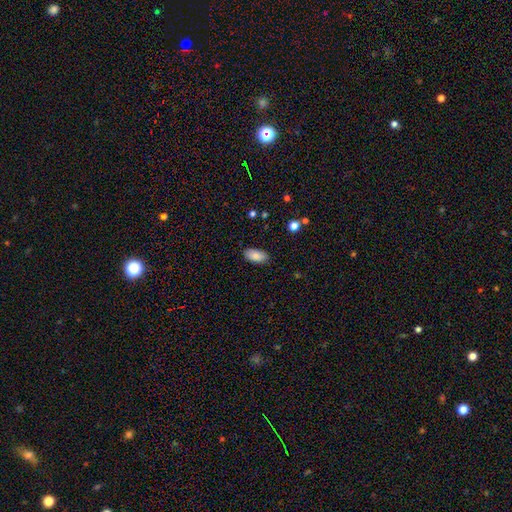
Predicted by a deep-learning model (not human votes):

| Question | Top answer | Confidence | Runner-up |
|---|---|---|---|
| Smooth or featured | smooth | 86% | featured or disk (7%) |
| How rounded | in between | 93% | cigar-shaped (4%) |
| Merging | none | 87% | minor disturbance (10%) |